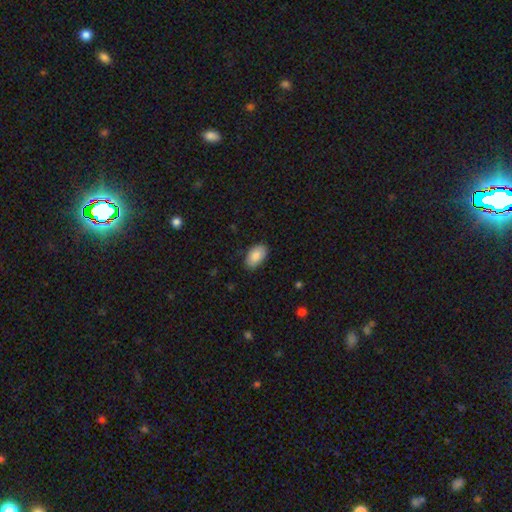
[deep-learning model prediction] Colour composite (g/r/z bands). It shows a smooth galaxy with no disk features (86%) that is in between round and cigar-shaped (94%). Merging: none (85%).